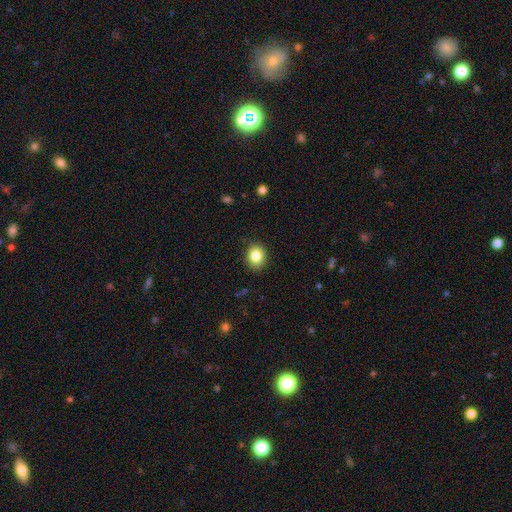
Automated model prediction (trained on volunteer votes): Smooth or featured? smooth (84%)
How rounded? round (64%)
Merging? none (87%)